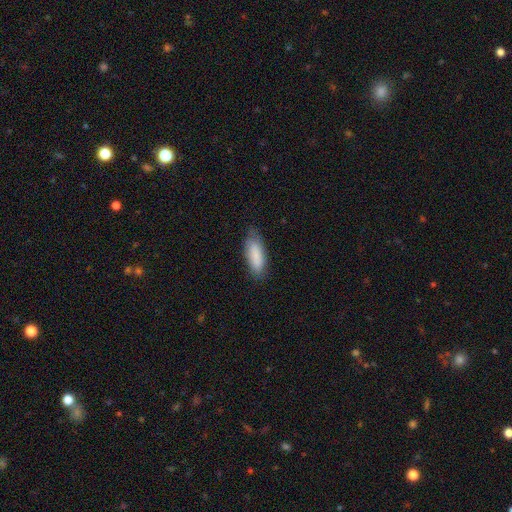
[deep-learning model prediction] Smooth or featured: smooth — 86% (featured or disk — 9%)
How rounded: in between — 67% (cigar-shaped — 31%)
Merging: none — 74% (minor disturbance — 21%)